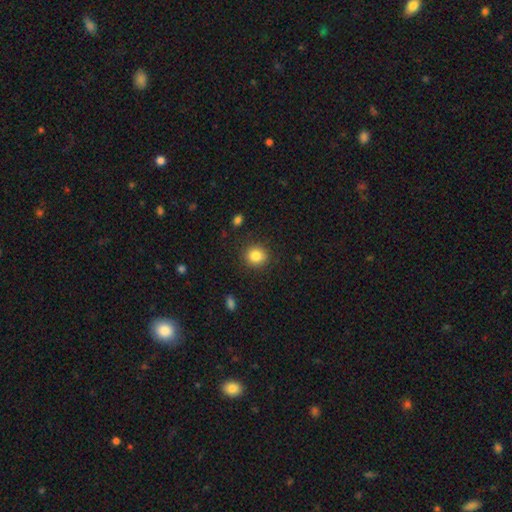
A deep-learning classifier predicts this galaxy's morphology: smooth 84%, star or artifact 10%, featured or disk 6%. Down the decision tree: how rounded — round (85%); merging — none (89%).